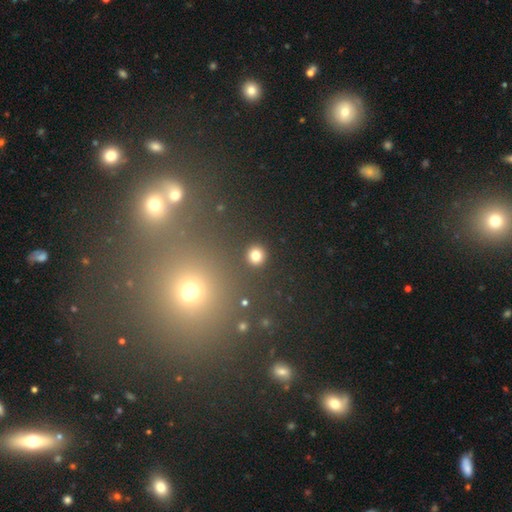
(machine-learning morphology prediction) smooth 80%, star or artifact 14%, featured or disk 6%. Down the decision tree: how rounded — round (89%); merging — none (91%).